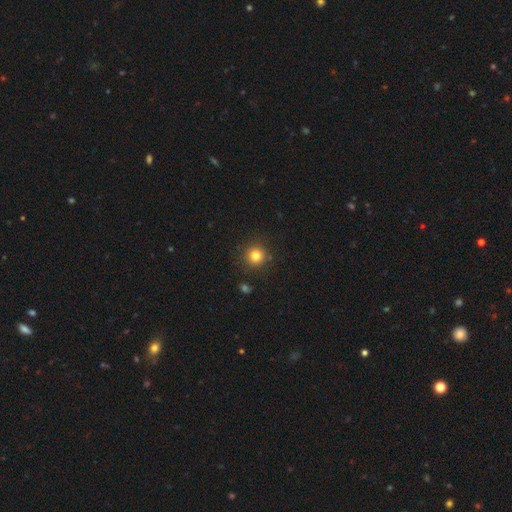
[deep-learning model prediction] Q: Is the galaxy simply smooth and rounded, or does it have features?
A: smooth — 81%.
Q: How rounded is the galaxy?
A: round — 93%.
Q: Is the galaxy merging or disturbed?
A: none — 87%.